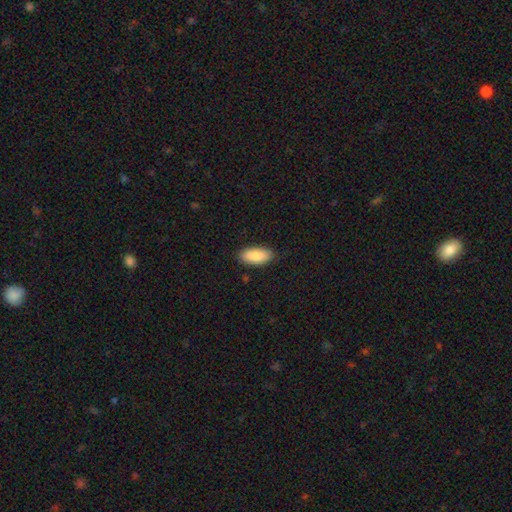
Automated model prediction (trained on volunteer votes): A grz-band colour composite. It shows a smooth galaxy with no disk features (88%) that is in between round and cigar-shaped (89%). Merging: none (87%).